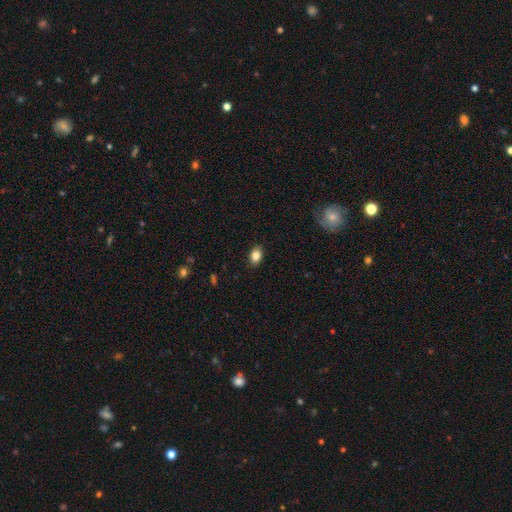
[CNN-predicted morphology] Smooth or featured? smooth (85%)
How rounded? in between (78%)
Merging? none (87%)